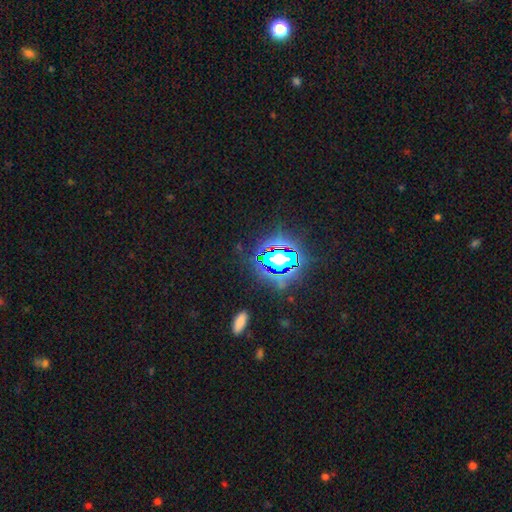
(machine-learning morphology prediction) The model was most divided on "smooth or featured": star or artifact: 81%, smooth: 12%, featured or disk: 7%.